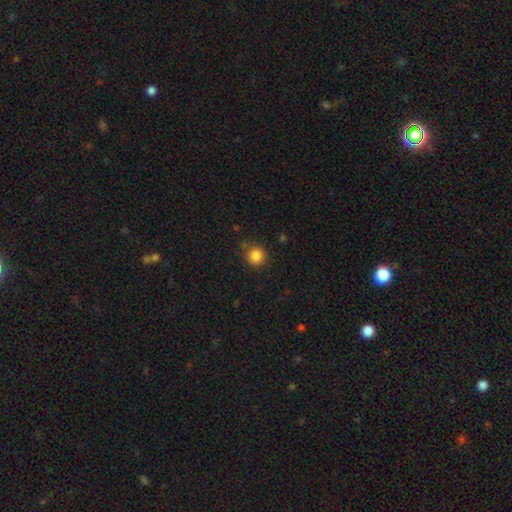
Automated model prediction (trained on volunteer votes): smooth_or_featured: smooth (p=0.85) [alt: star or artifact p=0.11]
how_rounded: round (p=0.92) [alt: in between p=0.07]
merging: none (p=0.83) [alt: minor disturbance p=0.11]